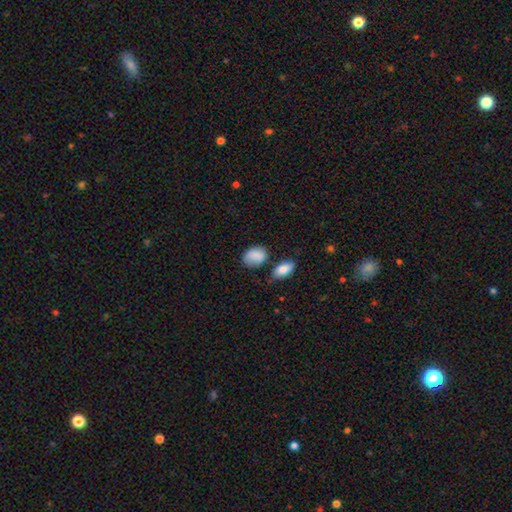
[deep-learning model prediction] smooth 86%, star or artifact 8%, featured or disk 6%. Down the decision tree: how rounded — in between (70%); merging — none (60%).